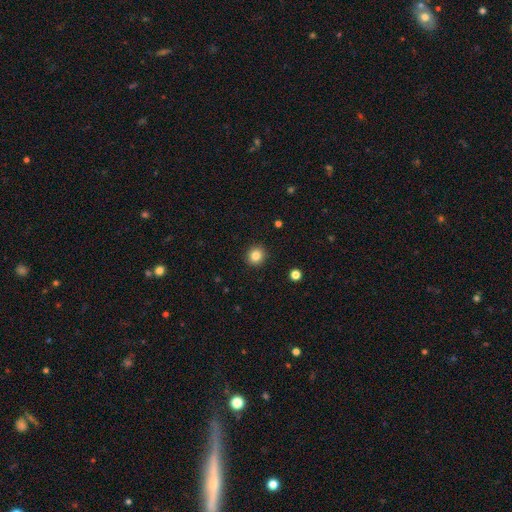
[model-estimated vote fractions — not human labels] The model was most divided on "smooth or featured": smooth: 83%, star or artifact: 11%, featured or disk: 6%. More confident: merging — none (92%); how rounded — round (91%).